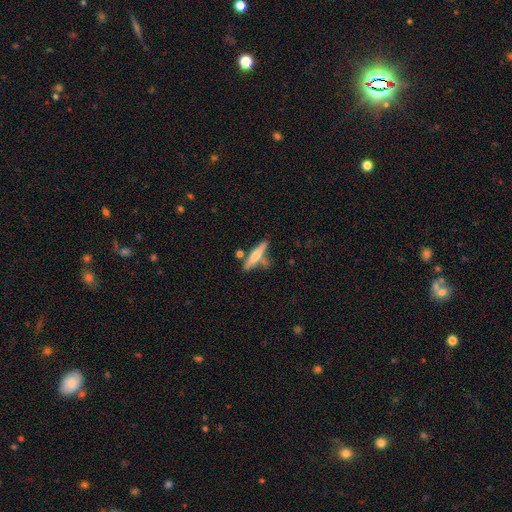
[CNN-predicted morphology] type=featured or disk (48%); merging=none (68%).